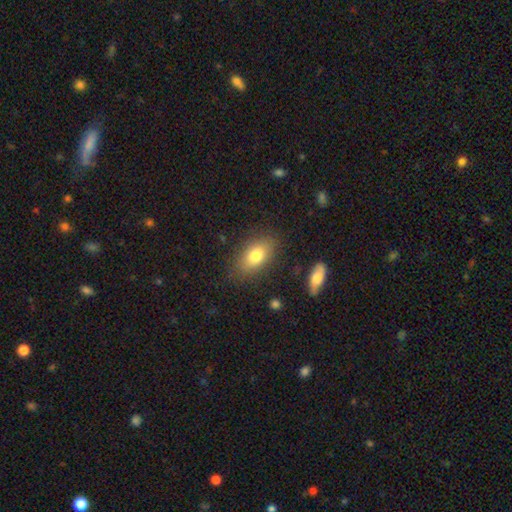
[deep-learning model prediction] Smooth or featured? Predicted: smooth (p=0.78). How rounded? Predicted: in between (p=0.87). Merging? Predicted: none (p=0.81).